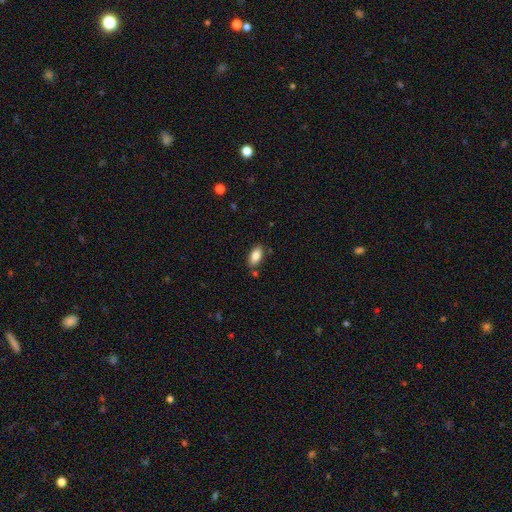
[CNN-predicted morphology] smooth_or_featured: smooth (p=0.85) [alt: featured or disk p=0.08]
how_rounded: in between (p=0.92) [alt: cigar-shaped p=0.05]
merging: none (p=0.81) [alt: minor disturbance p=0.12]